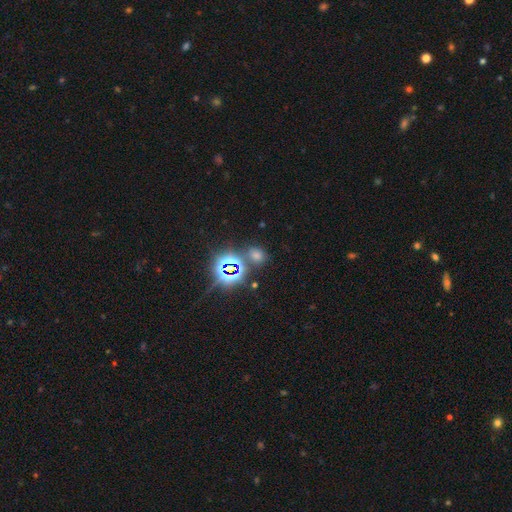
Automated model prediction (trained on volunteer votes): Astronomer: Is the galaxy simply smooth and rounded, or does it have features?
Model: star or artifact — 55% (runner-up: smooth, 37%).